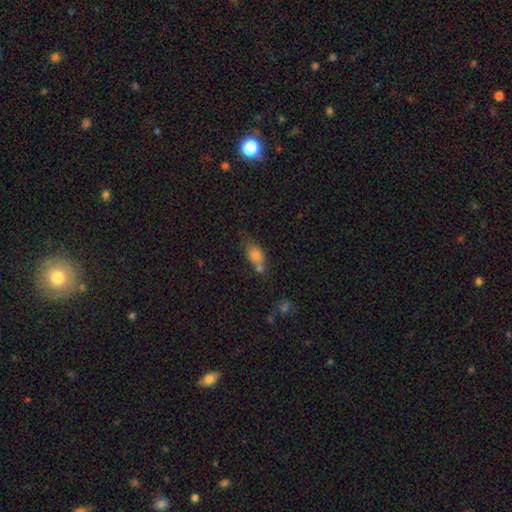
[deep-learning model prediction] Smooth or featured? Predicted: smooth (p=0.73). How rounded? Predicted: in between (p=0.76). Merging? Predicted: merger (p=0.36).